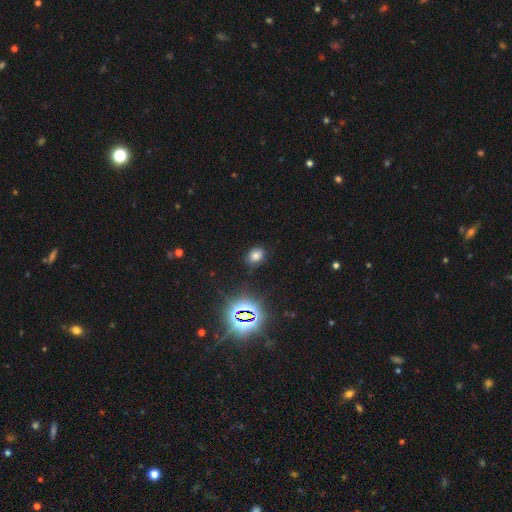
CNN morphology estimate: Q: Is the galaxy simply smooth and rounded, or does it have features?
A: smooth — 70%.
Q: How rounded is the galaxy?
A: in between — 64%.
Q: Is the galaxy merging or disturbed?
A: none — 83%.